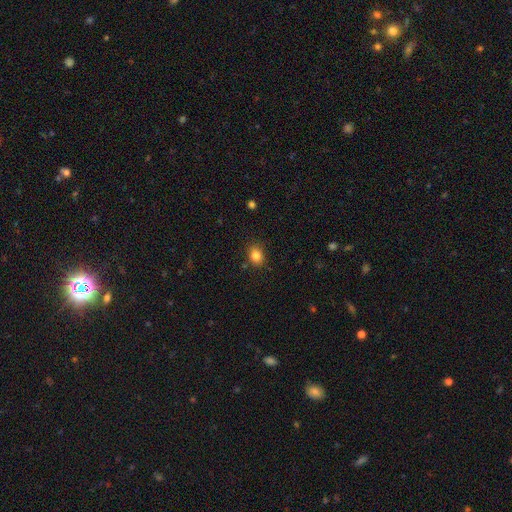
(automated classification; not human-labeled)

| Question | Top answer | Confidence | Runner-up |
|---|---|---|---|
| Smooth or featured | smooth | 82% | star or artifact (12%) |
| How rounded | round | 59% | in between (40%) |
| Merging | none | 85% | minor disturbance (11%) |